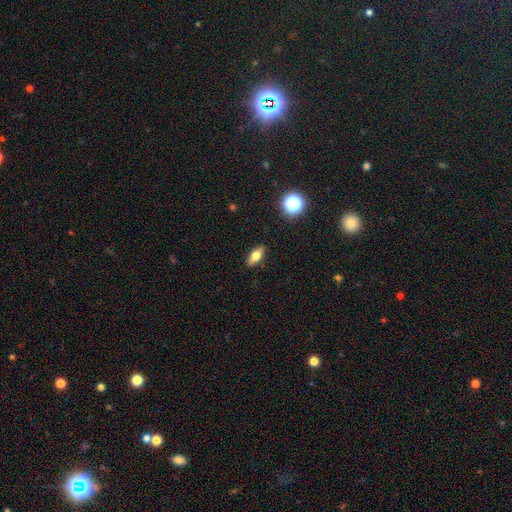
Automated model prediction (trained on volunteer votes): Smooth or featured: smooth — 60% (featured or disk — 30%)
How rounded: in between — 74% (cigar-shaped — 20%)
Merging: none — 88% (minor disturbance — 9%)